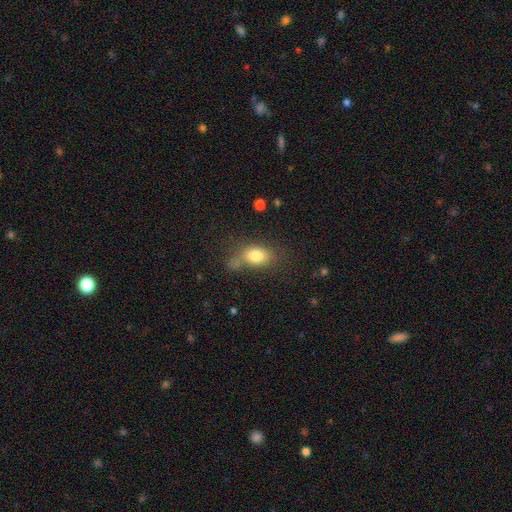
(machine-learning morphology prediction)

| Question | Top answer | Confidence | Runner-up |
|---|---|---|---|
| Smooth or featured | smooth | 79% | featured or disk (11%) |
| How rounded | in between | 78% | round (19%) |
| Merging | none | 47% | minor disturbance (24%) |